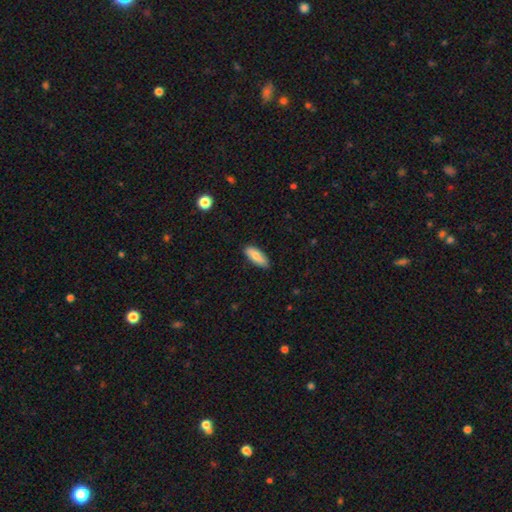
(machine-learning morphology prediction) Smooth or featured?
  - smooth: 80% *
  - featured or disk: 14%
  - star or artifact: 6%
How rounded?
  - in between: 71% *
  - cigar-shaped: 27%
  - round: 2%
Merging?
  - none: 86% *
  - minor disturbance: 11%
  - major disturbance: 2%
  - merger: 1%